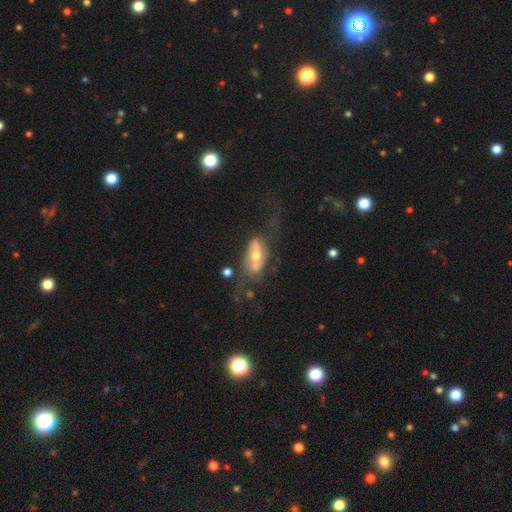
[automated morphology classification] A featured or disk galaxy (69%) with no bar (44%), spiral arms (61%) and a moderate central bulge (64%). Merging: none (40%).